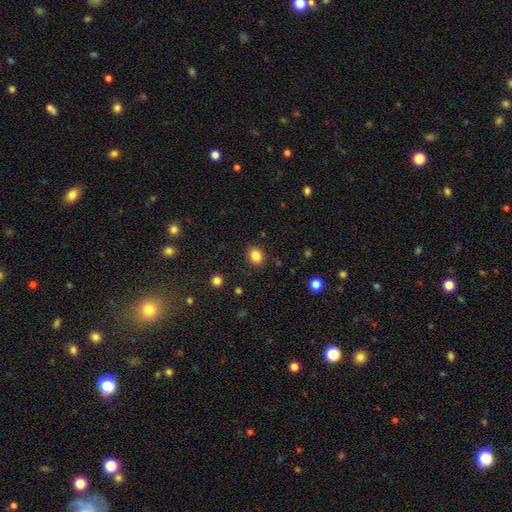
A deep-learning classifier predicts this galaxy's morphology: type=smooth (85%); roundness=round (58%); merging=none (87%).